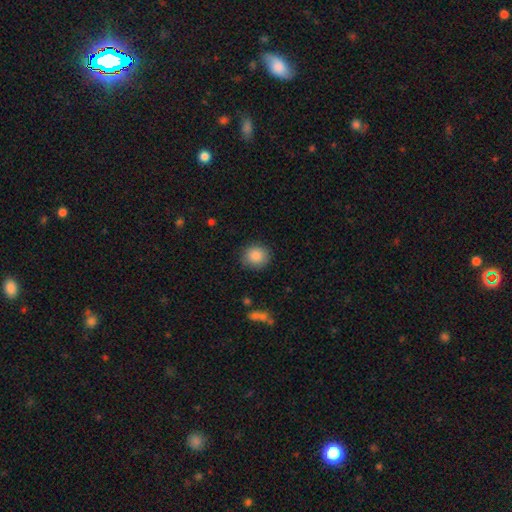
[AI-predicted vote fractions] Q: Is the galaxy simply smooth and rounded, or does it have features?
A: smooth — 88%.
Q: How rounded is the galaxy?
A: round — 85%.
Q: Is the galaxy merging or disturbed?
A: none — 87%.